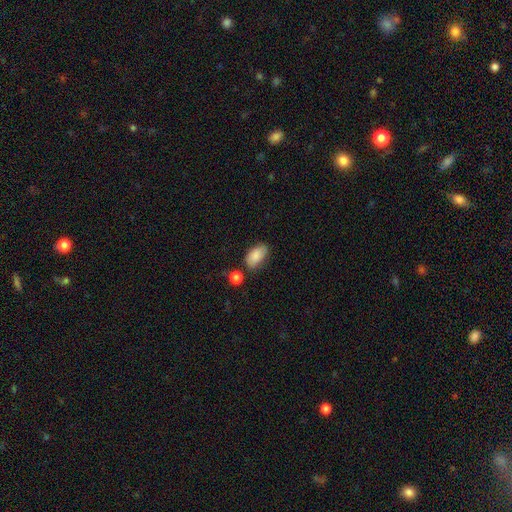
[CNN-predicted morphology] A smooth galaxy with no disk features (85%) that is in between round and cigar-shaped (93%).

Vote fractions:
- Smooth or featured? smooth: 85% / featured or disk: 8% / star or artifact: 7%
- How rounded? in between: 93% / round: 5% / cigar-shaped: 3%
- Merging? none: 65% / minor disturbance: 23% / merger: 7% / major disturbance: 6%